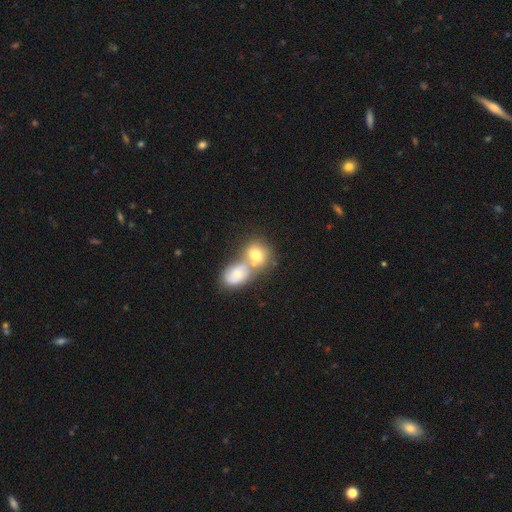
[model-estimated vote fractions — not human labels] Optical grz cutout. It shows a smooth galaxy with no disk features (67%) that is round (53%). Merging: merger (64%).